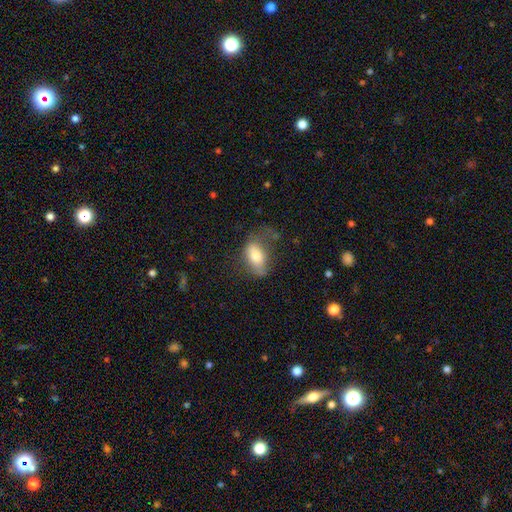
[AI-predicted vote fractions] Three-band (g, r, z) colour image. It shows a smooth galaxy with no disk features (70%) that is in between round and cigar-shaped (88%). Merging: none (47%).